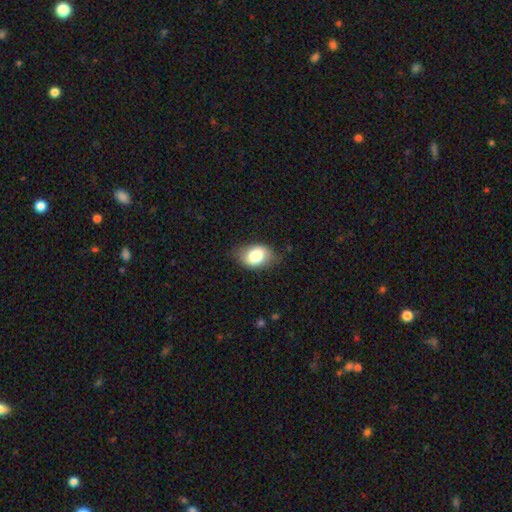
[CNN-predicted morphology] type=smooth (78%); roundness=in between (80%); merging=none (73%).